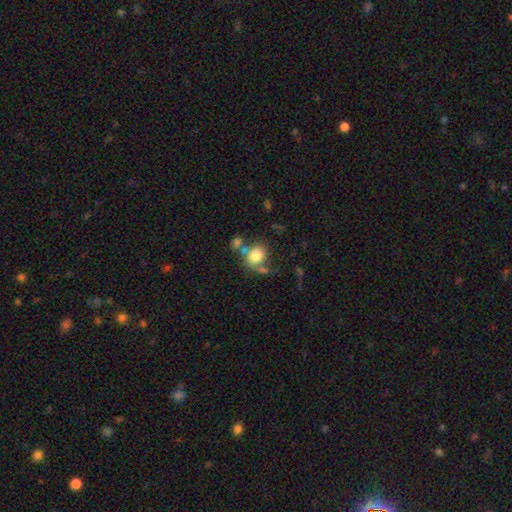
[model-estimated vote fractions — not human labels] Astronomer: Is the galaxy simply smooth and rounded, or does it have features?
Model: smooth — 77%.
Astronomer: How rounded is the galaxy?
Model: round — 66%.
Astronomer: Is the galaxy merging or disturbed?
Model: none — 49% (runner-up: merger, 25%).